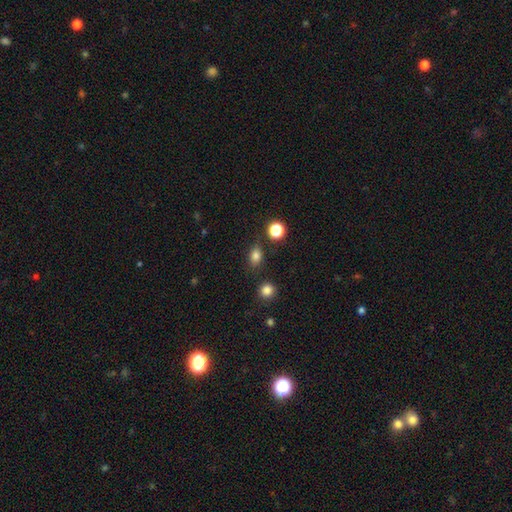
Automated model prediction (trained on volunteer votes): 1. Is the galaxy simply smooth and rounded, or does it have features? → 80% smooth, 14% star or artifact, 6% featured or disk.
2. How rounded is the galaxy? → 65% in between, 33% round, 2% cigar-shaped.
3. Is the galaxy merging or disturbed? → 79% none, 13% minor disturbance, 4% merger, 4% major disturbance.